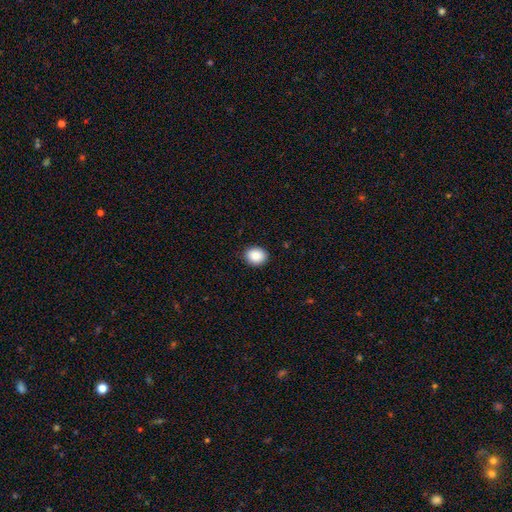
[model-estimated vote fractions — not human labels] smooth_or_featured: smooth (p=0.88) [alt: star or artifact p=0.08]
how_rounded: round (p=0.51) [alt: in between p=0.48]
merging: none (p=0.90) [alt: minor disturbance p=0.08]